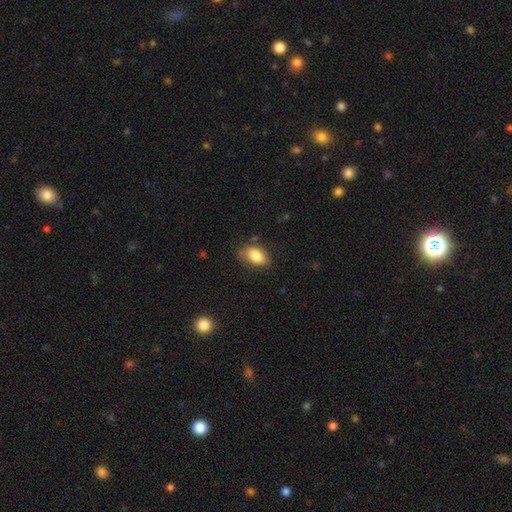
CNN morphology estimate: This is clearly a smooth galaxy (84%). How rounded: clearly in between (90%). Merging: likely none (71%).